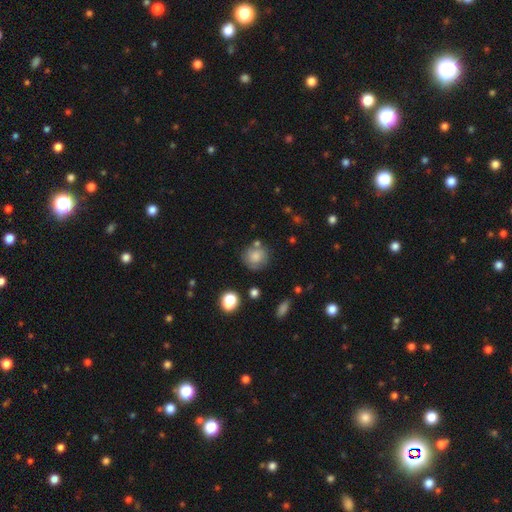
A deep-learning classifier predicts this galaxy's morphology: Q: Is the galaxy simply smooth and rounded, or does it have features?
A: smooth — 74%.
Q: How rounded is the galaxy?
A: round — 87%.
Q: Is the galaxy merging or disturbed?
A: none — 70%.